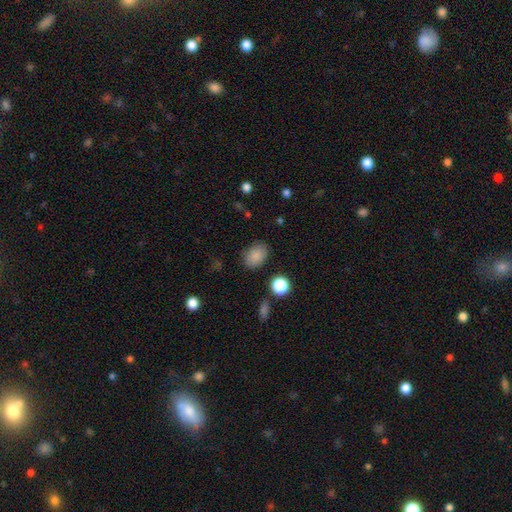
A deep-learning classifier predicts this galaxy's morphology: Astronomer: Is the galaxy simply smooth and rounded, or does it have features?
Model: smooth — 86%.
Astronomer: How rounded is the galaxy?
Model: in between — 76%.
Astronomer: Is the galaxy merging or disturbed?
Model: none — 83%.